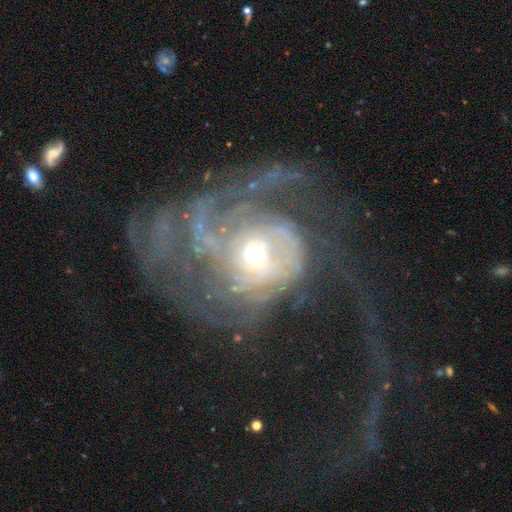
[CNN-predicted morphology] This appears to be a featured or disk galaxy (81%) with no bar (75%), tight (36%, tied with medium) spiral arms (84%) and a moderate central bulge (53%). Merging: major disturbance (52%).